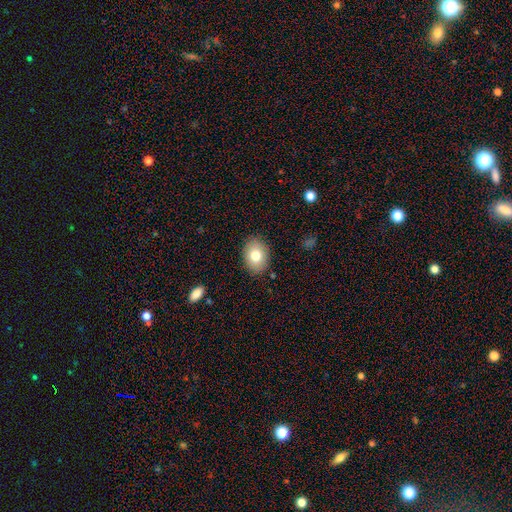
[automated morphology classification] This is likely a smooth galaxy (78%). How rounded: likely in between (75%). Merging: clearly none (88%).